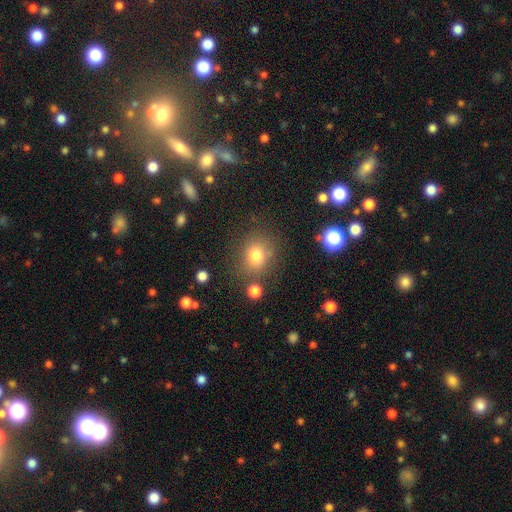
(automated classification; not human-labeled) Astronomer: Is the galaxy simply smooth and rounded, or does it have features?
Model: smooth — 77%.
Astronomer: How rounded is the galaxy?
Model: round — 70%.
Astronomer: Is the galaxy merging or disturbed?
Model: none — 76%.